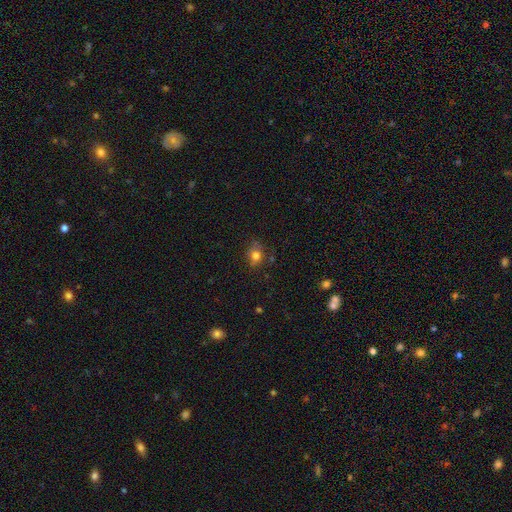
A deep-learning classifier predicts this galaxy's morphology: A smooth galaxy with no disk features (78%) that is in between round and cigar-shaped (50%). Merging: none (66%).